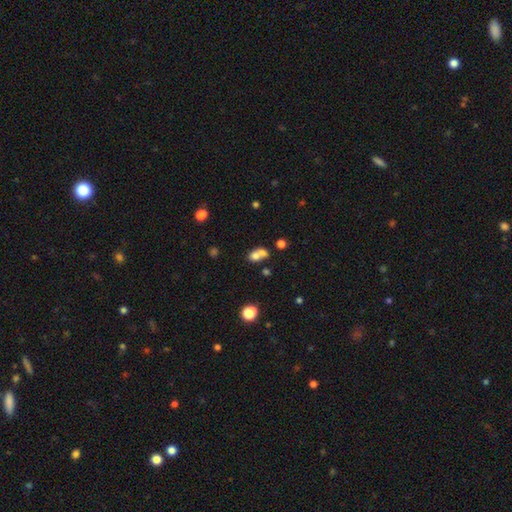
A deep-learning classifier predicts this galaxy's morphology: This is likely a smooth galaxy (70%). How rounded: possibly round (56%). Merging: likely merger (63%).